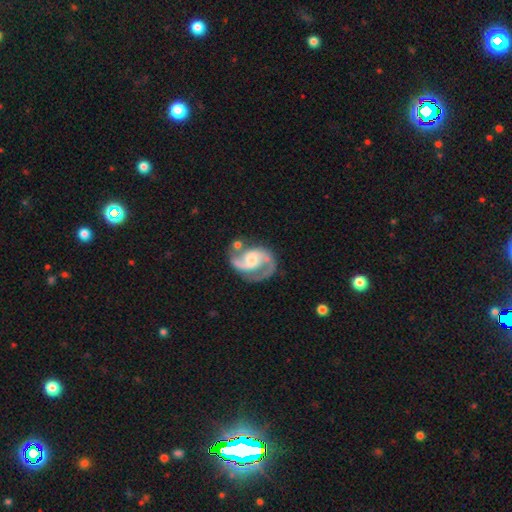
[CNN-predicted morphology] This appears to be a featured or disk galaxy (89%) with a weak bar (43%), 2 (89%) medium (56%) spiral arms (97%) and a moderate central bulge (51%). Merging: none (68%).